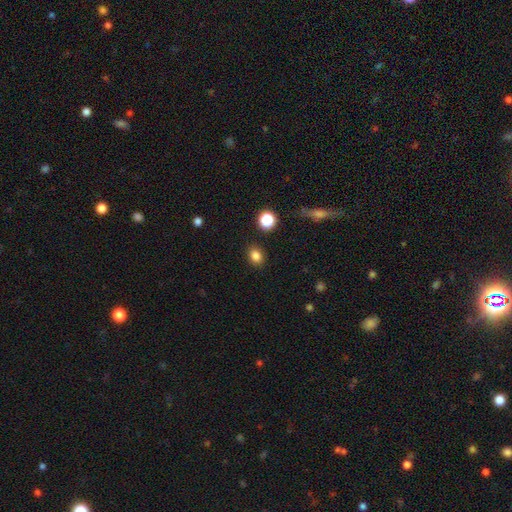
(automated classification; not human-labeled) This is clearly a smooth galaxy (83%). How rounded: possibly in between (50%). Merging: clearly none (88%).